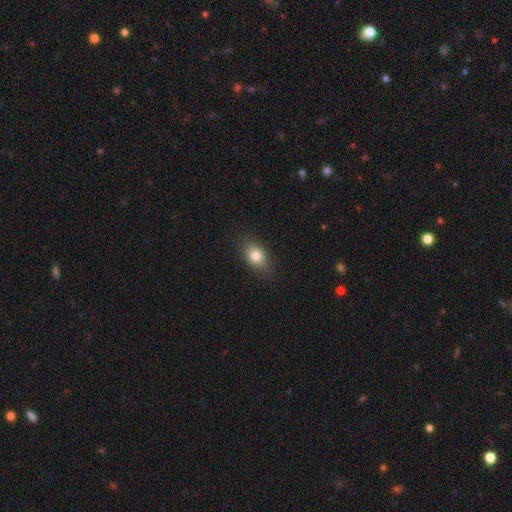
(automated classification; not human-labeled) Smooth or featured? Predicted: smooth (p=0.81). How rounded? Predicted: in between (p=0.78). Merging? Predicted: none (p=0.84).